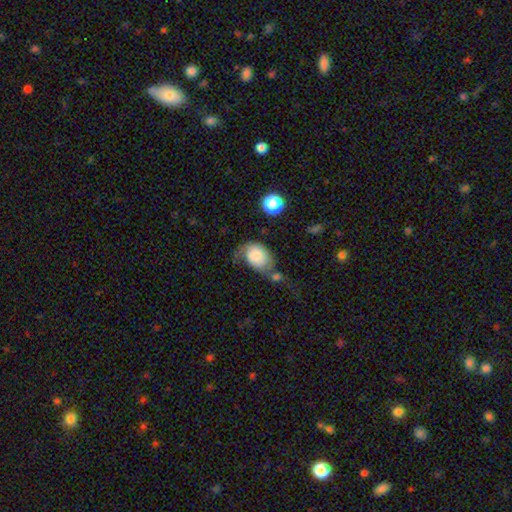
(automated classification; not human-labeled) Morphology: type=smooth (74%); roundness=in between (72%); merging=major disturbance (33%).